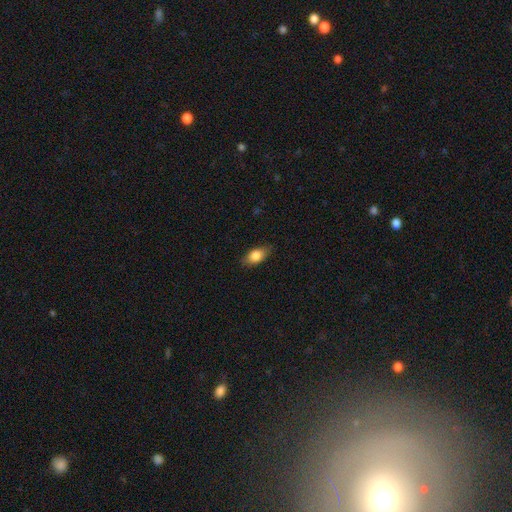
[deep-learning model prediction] smooth-or-featured: smooth: 82% | featured or disk: 11% | star or artifact: 7%
  how-rounded: in between: 87% | round: 8% | cigar-shaped: 5%
  merging: none: 83% | minor disturbance: 14% | major disturbance: 3% | merger: 1%